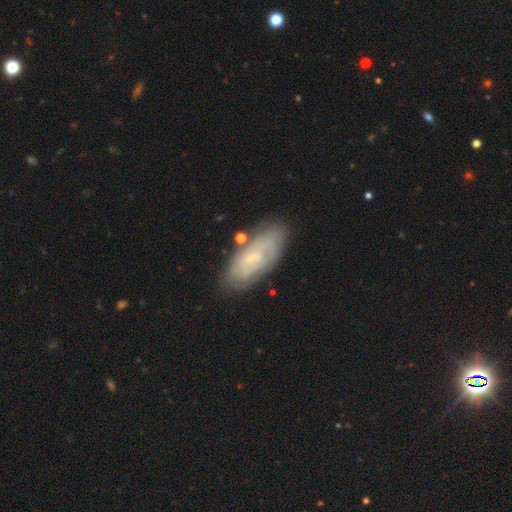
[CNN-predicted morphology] featured or disk 48%, smooth 42%, star or artifact 9%. Down the decision tree: merging — none (78%).